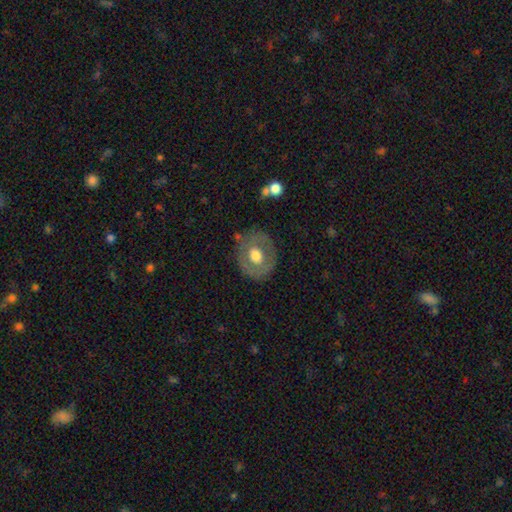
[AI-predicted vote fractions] A smooth galaxy with no disk features (50%).

Vote fractions:
- Smooth or featured? smooth: 50% / featured or disk: 44% / star or artifact: 7%
- Merging? none: 75% / minor disturbance: 16% / major disturbance: 7% / merger: 2%